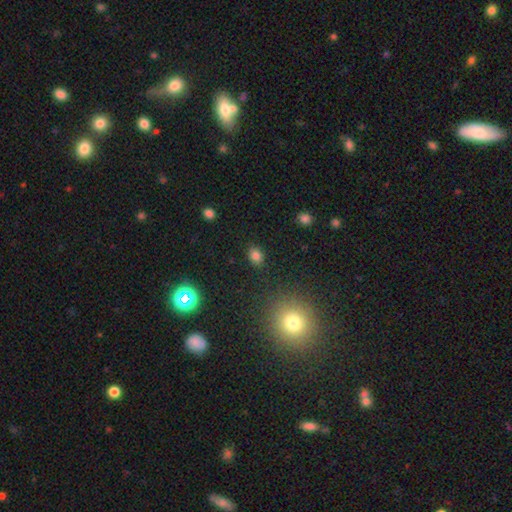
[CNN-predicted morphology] Smooth or featured? smooth (81%)
How rounded? in between (60%)
Merging? none (86%)